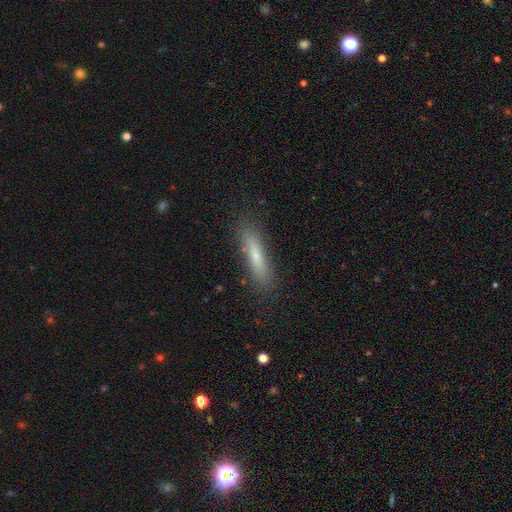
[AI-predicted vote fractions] Smooth or featured? smooth (69%)
How rounded? cigar-shaped (84%)
Merging? none (84%)